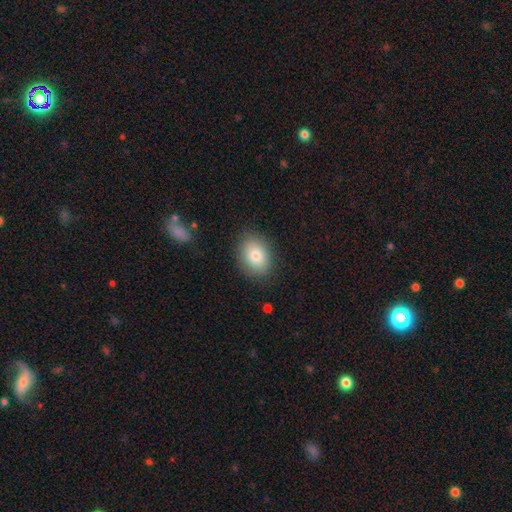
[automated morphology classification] Overall: smooth (81%). How rounded: in between (60%; round 39%). Merging: none (85%).